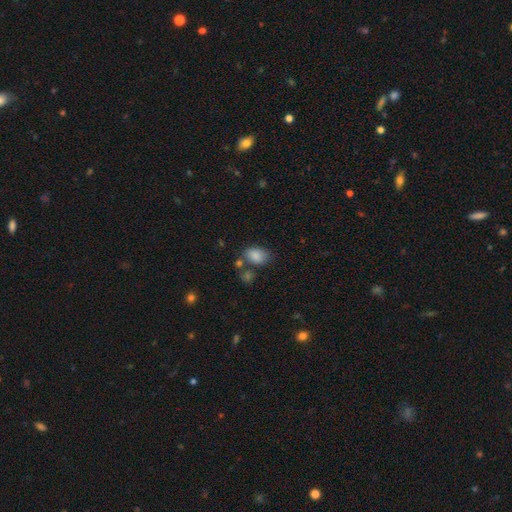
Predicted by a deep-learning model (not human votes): Smooth or featured: smooth — 84% (star or artifact — 9%)
How rounded: in between — 84% (round — 15%)
Merging: none — 57% (minor disturbance — 20%)